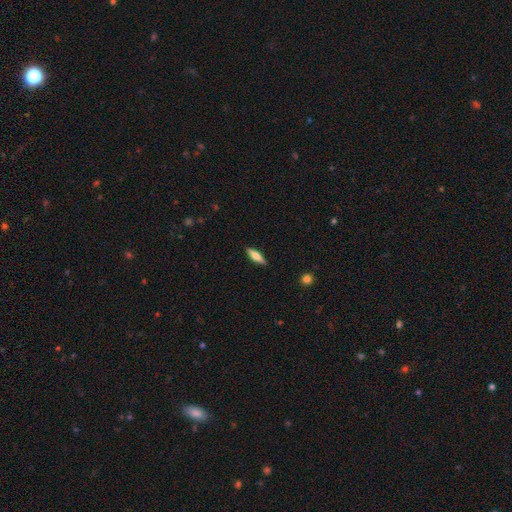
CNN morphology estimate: A smooth galaxy with no disk features (56%) that is cigar-shaped (62%).

Vote fractions:
- Smooth or featured? smooth: 56% / featured or disk: 38% / star or artifact: 6%
- How rounded? cigar-shaped: 62% / in between: 36% / round: 2%
- Merging? none: 89% / minor disturbance: 8% / major disturbance: 2% / merger: 1%